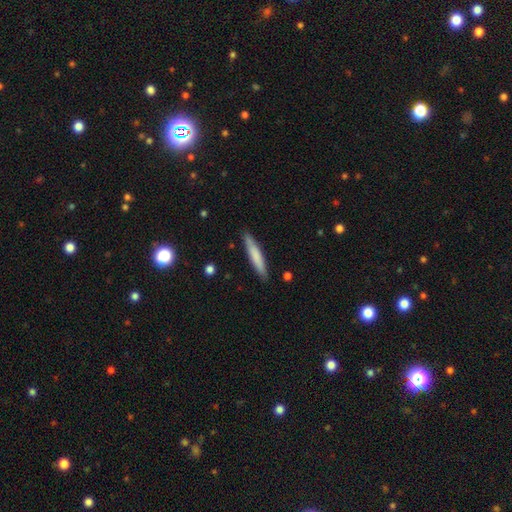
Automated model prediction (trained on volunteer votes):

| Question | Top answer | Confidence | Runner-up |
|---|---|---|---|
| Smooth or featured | smooth | 73% | featured or disk (22%) |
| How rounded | cigar-shaped | 92% | in between (6%) |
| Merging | none | 88% | minor disturbance (9%) |